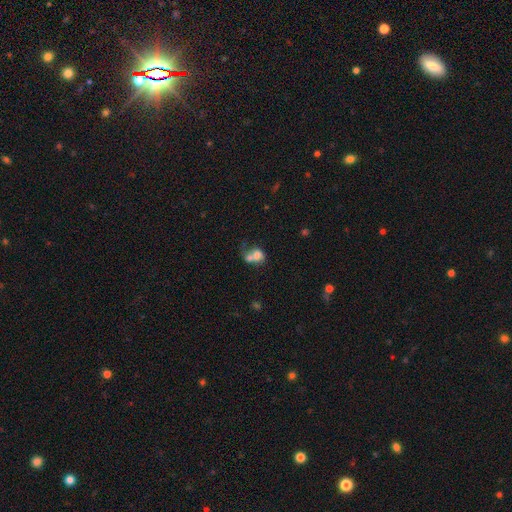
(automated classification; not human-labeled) Smooth or featured: smooth — 69% (featured or disk — 20%)
How rounded: round — 51% (in between — 47%)
Merging: merger — 66% (none — 19%)